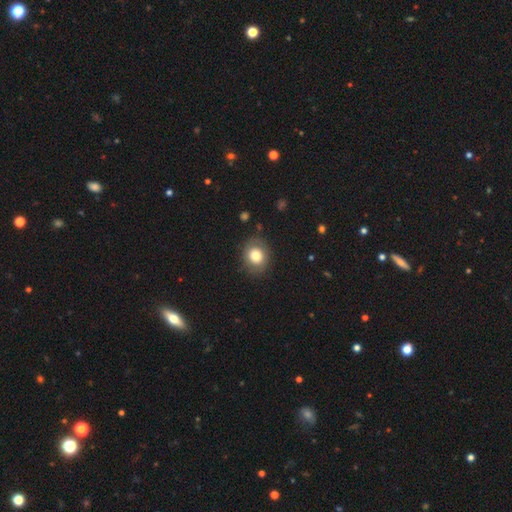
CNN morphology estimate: smooth 74%, featured or disk 17%, star or artifact 9%. Down the decision tree: how rounded — round (65%); merging — none (82%).